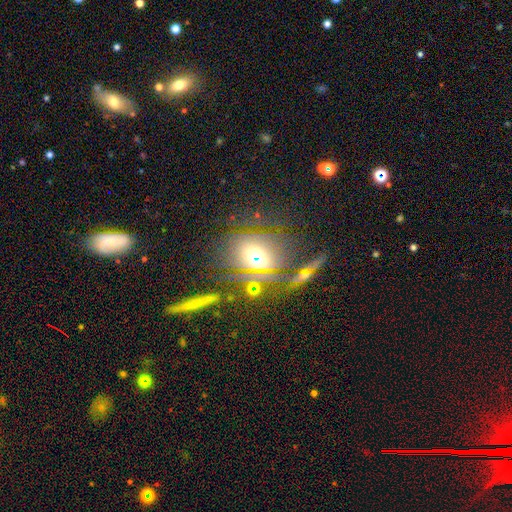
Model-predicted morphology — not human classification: Smooth or featured?
  - smooth: 41% *
  - star or artifact: 34%
  - featured or disk: 24%
Merging?
  - none: 63% *
  - minor disturbance: 15%
  - major disturbance: 14%
  - merger: 8%